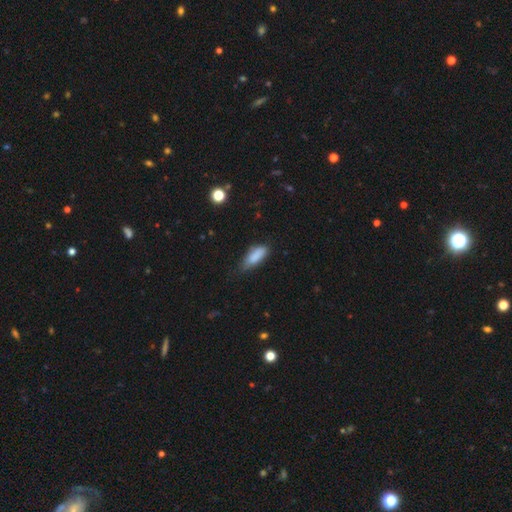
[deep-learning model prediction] The model was most divided on "merging": none: 52%, minor disturbance: 38%, major disturbance: 8%, merger: 2%. More confident: smooth or featured — smooth (86%); how rounded — in between (74%).